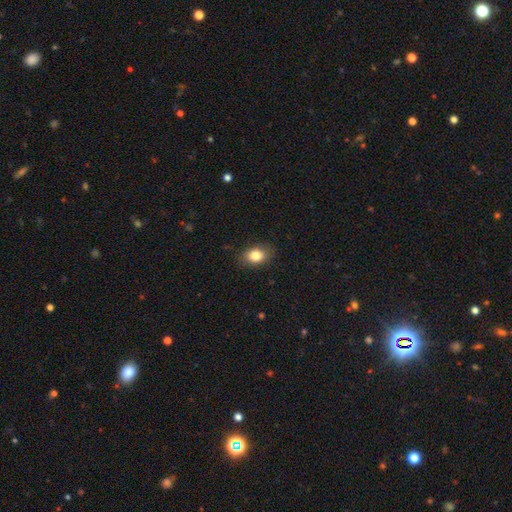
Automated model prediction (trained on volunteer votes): The model was most divided on "how rounded": in between: 77%, round: 22%, cigar-shaped: 1%. More confident: merging — none (84%); smooth or featured — smooth (83%).